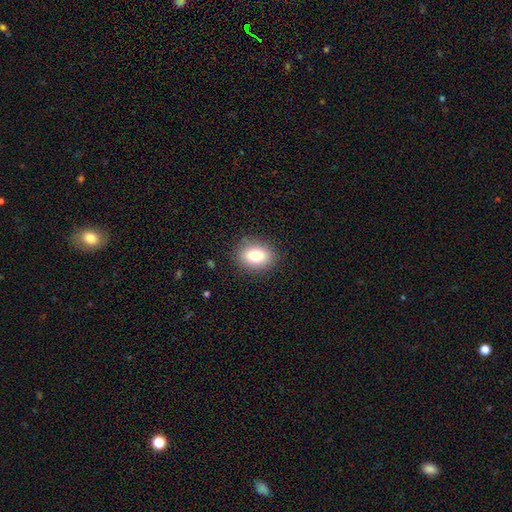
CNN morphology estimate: A smooth galaxy with no disk features (79%) that is in between round and cigar-shaped (67%).

Vote fractions:
- Smooth or featured? smooth: 79% / featured or disk: 11% / star or artifact: 10%
- How rounded? in between: 67% / round: 32% / cigar-shaped: 1%
- Merging? none: 87% / minor disturbance: 9% / major disturbance: 3% / merger: 1%